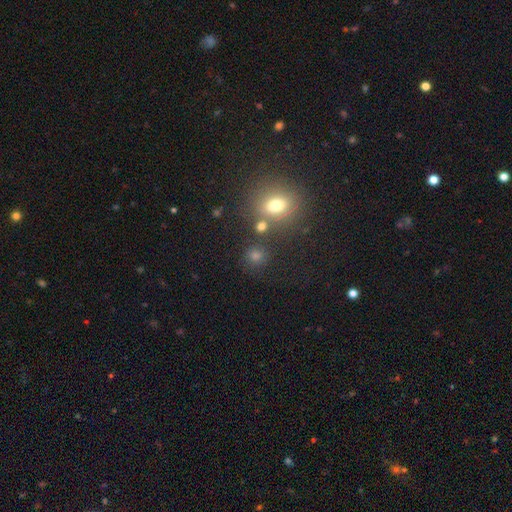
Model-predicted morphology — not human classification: smooth_or_featured: smooth (p=0.68) [alt: star or artifact p=0.24]
how_rounded: round (p=0.83) [alt: in between p=0.16]
merging: none (p=0.76) [alt: merger p=0.10]